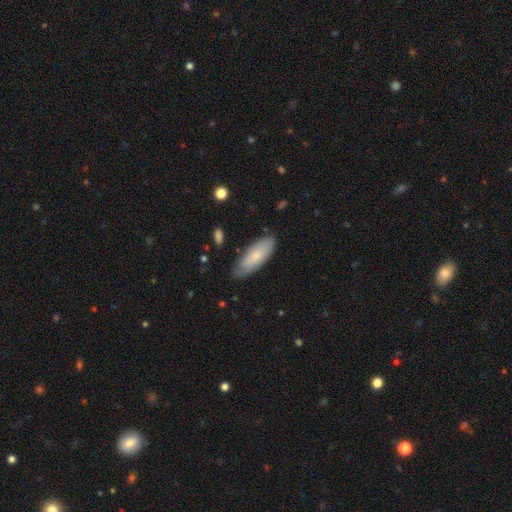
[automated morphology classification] Overall: smooth (74%). How rounded: in between (71%). Merging: none (78%).